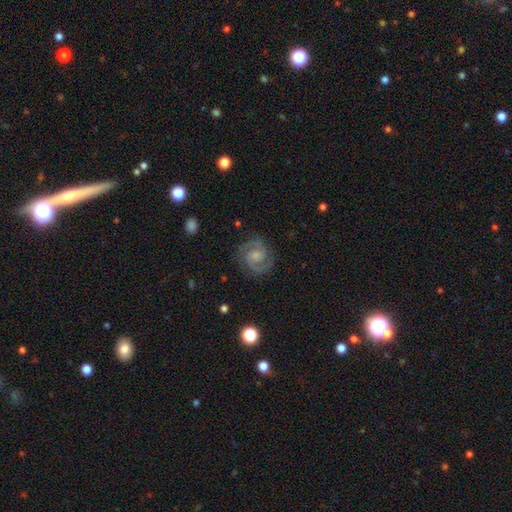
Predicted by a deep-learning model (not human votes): Q: Smooth or featured?
A: featured or disk (88%); runner-up: smooth (7%)
Q: Edge-on disk?
A: no (98%); runner-up: yes (2%)
Q: Bar?
A: no (55%); runner-up: weak (38%)
Q: Spiral arms?
A: yes (98%); runner-up: no (2%)
Q: Spiral winding?
A: tight (48%); runner-up: medium (45%)
Q: Spiral arm count?
A: 2 (92%); runner-up: can't tell (2%)
Q: Bulge size?
A: small (39%); runner-up: moderate (31%)
Q: Merging?
A: none (84%); runner-up: minor disturbance (11%)